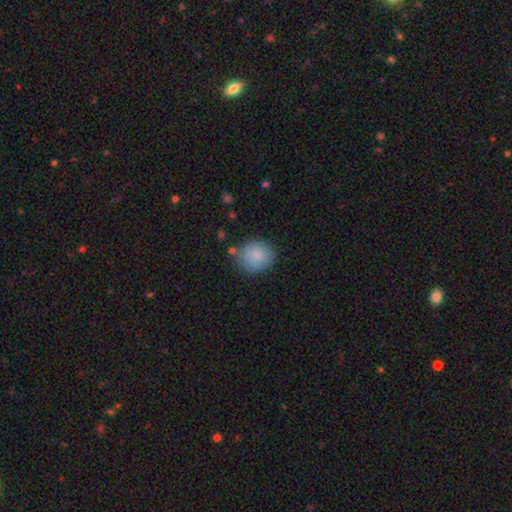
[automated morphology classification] Smooth or featured? smooth (85%)
How rounded? round (73%)
Merging? none (71%)